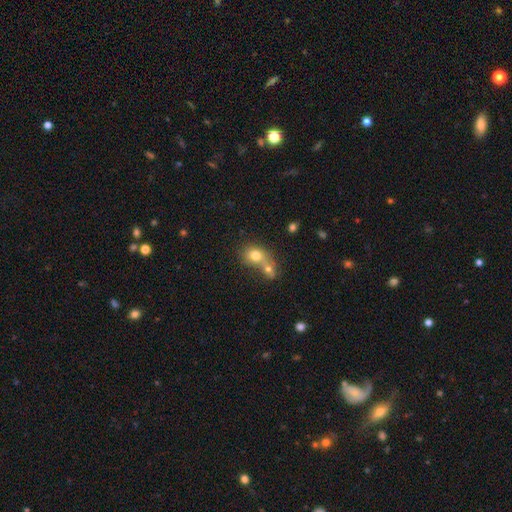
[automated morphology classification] This is likely a smooth galaxy (75%). How rounded: possibly round (57%). Merging: likely merger (64%).